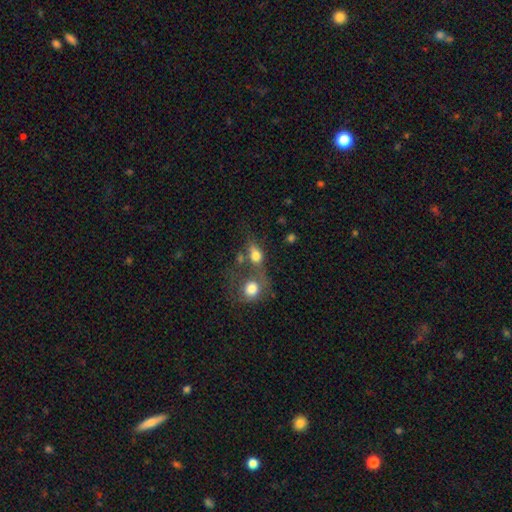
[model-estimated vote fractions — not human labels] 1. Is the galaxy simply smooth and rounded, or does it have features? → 72% smooth, 17% featured or disk, 11% star or artifact.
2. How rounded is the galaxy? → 53% in between, 41% round, 5% cigar-shaped.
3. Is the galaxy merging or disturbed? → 48% merger, 28% none, 12% minor disturbance, 11% major disturbance.